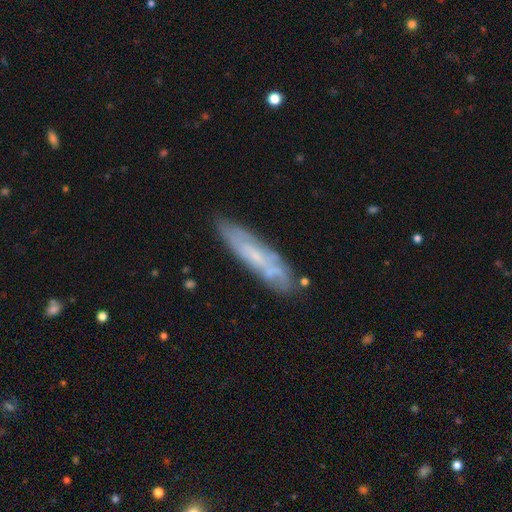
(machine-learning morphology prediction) type=featured or disk (54%); edge-on=no (56%); merging=none (75%).